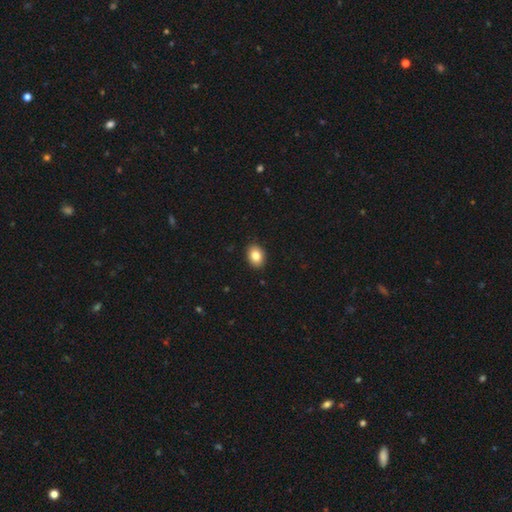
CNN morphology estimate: A smooth galaxy with no disk features (84%) that is in between round and cigar-shaped (74%). Merging: none (91%).